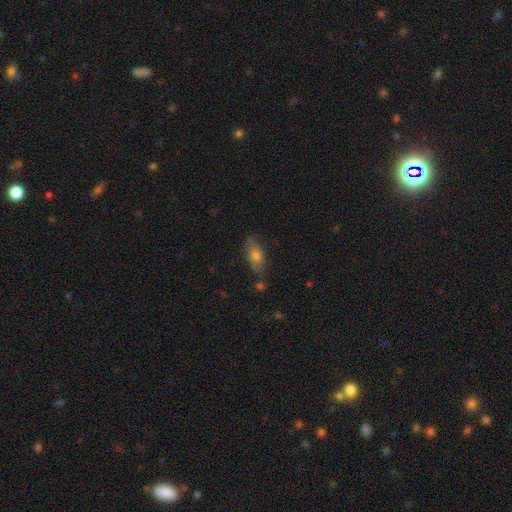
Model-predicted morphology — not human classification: smooth_or_featured: smooth (p=0.67) [alt: featured or disk p=0.24]
how_rounded: in between (p=0.81) [alt: cigar-shaped p=0.14]
merging: none (p=0.70) [alt: minor disturbance p=0.20]